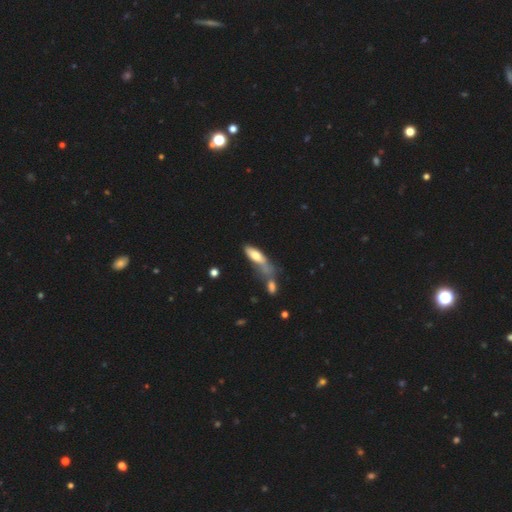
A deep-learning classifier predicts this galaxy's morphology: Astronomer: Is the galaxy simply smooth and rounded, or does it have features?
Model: smooth — 68%.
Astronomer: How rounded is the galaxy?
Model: in between — 54% (runner-up: cigar-shaped, 44%).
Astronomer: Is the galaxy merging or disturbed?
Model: merger — 41% (runner-up: none, 27%).